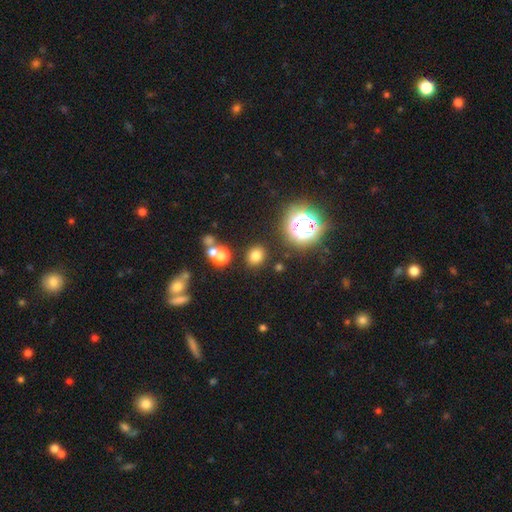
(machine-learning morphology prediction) type=smooth (75%); roundness=round (76%); merging=none (85%).